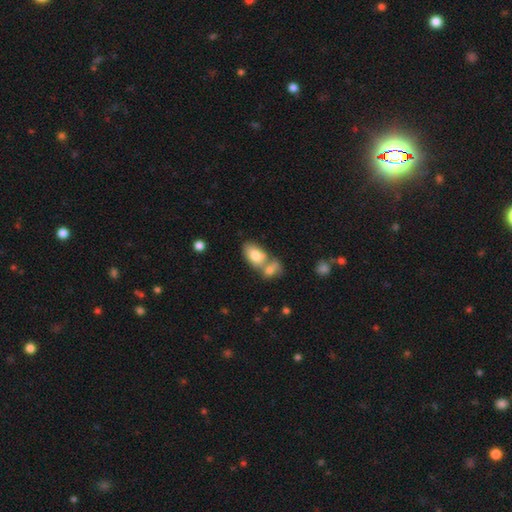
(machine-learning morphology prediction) Smooth or featured?
  - smooth: 78% *
  - featured or disk: 15%
  - star or artifact: 7%
How rounded?
  - in between: 90% *
  - round: 8%
  - cigar-shaped: 2%
Merging?
  - merger: 51% *
  - none: 35%
  - minor disturbance: 10%
  - major disturbance: 4%